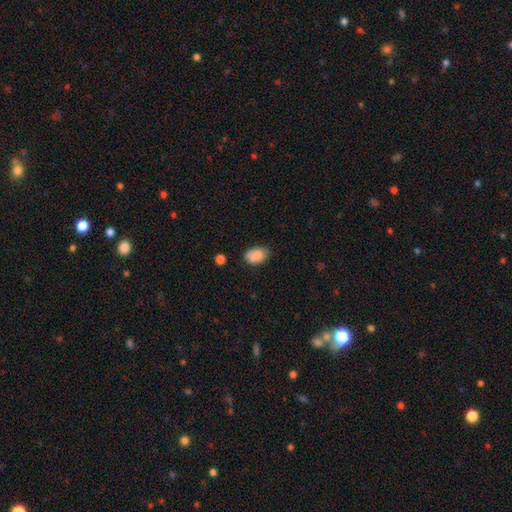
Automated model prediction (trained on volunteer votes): Morphology: type=smooth (82%); roundness=in between (88%); merging=none (61%).